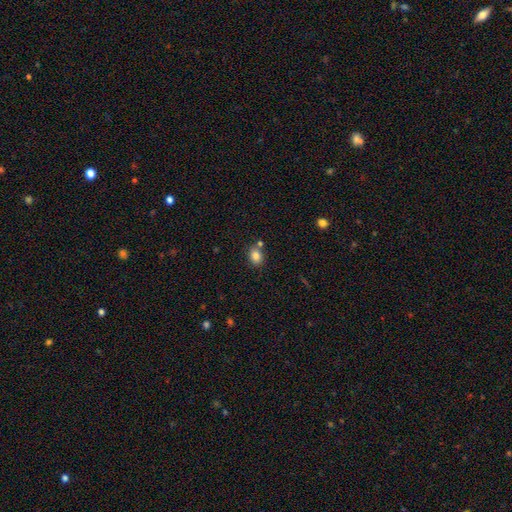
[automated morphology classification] This appears to be a smooth galaxy with no disk features (82%) that is in between round and cigar-shaped (57%). Merging: none (74%).